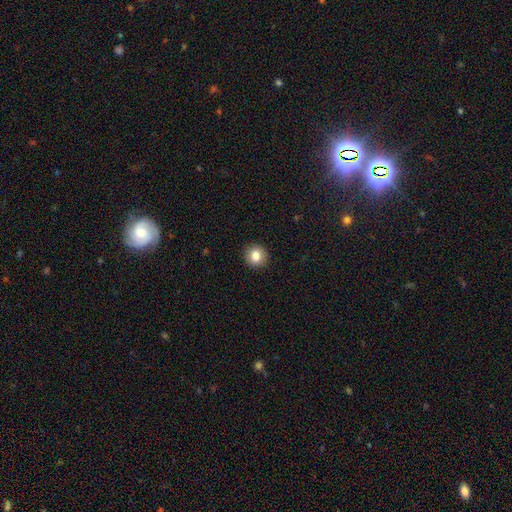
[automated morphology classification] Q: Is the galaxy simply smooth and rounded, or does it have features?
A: smooth — 84%.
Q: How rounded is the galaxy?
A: round — 87%.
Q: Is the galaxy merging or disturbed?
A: none — 91%.